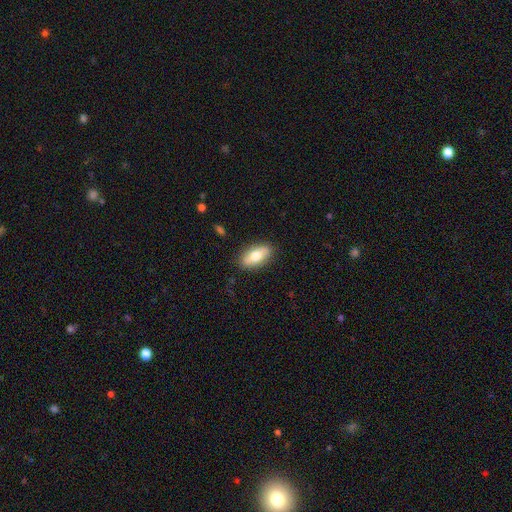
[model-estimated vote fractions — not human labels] smooth-or-featured: smooth: 69% | featured or disk: 24% | star or artifact: 7%
  how-rounded: in between: 86% | cigar-shaped: 10% | round: 4%
  merging: none: 86% | minor disturbance: 11% | major disturbance: 2% | merger: 1%